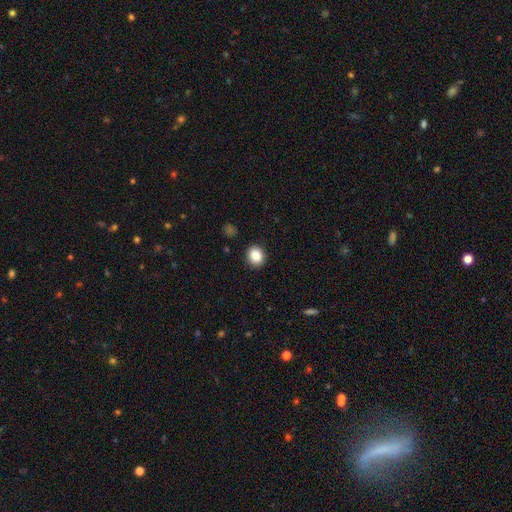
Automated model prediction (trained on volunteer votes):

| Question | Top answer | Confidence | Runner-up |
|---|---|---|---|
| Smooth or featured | smooth | 86% | star or artifact (9%) |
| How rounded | round | 63% | in between (36%) |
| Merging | none | 90% | minor disturbance (7%) |